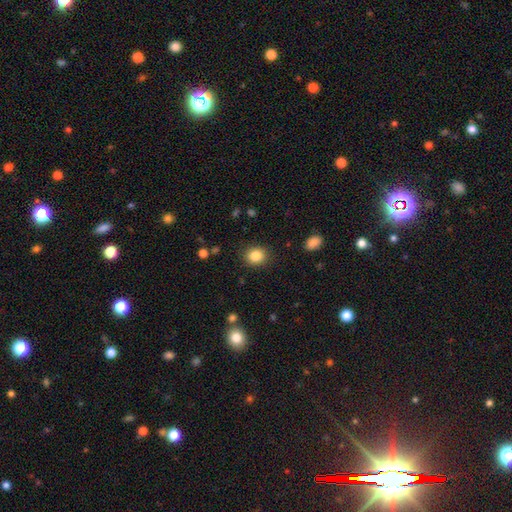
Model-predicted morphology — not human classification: This appears to be a smooth galaxy with no disk features (85%) that is round (71%). Merging: none (88%).